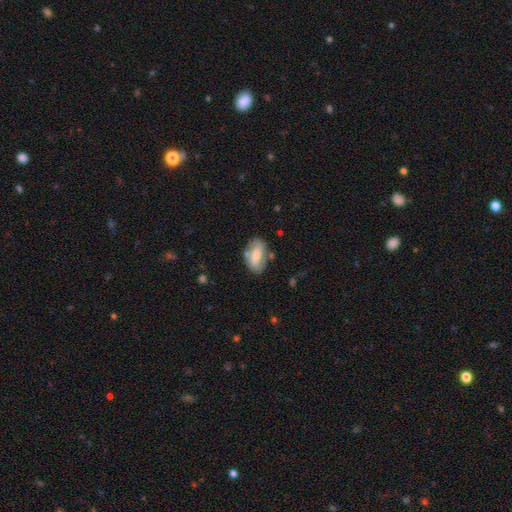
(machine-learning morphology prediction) smooth-or-featured: smooth: 63% | featured or disk: 30% | star or artifact: 7%
  how-rounded: in between: 89% | cigar-shaped: 6% | round: 5%
  merging: none: 69% | minor disturbance: 19% | merger: 7% | major disturbance: 6%